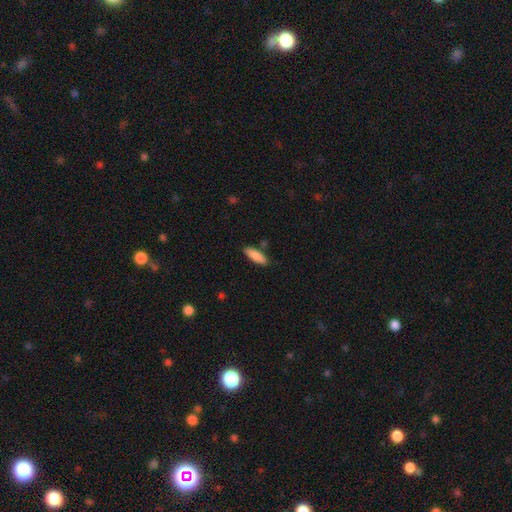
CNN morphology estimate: type=smooth (87%); roundness=in between (55%); merging=none (82%).